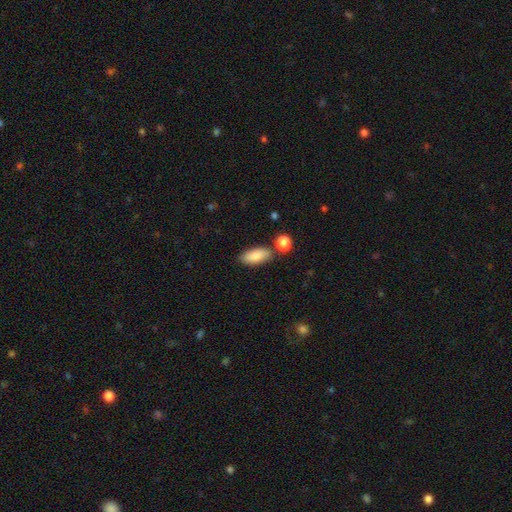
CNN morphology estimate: Smooth or featured? smooth (87%)
How rounded? in between (85%)
Merging? none (72%)